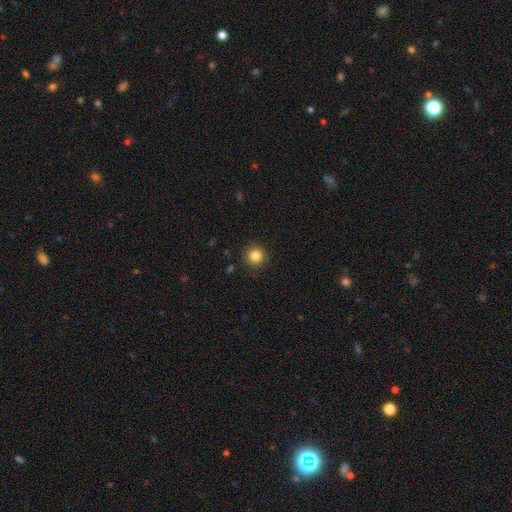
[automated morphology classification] Smooth or featured? Predicted: smooth (p=0.84). How rounded? Predicted: round (p=0.95). Merging? Predicted: none (p=0.91).